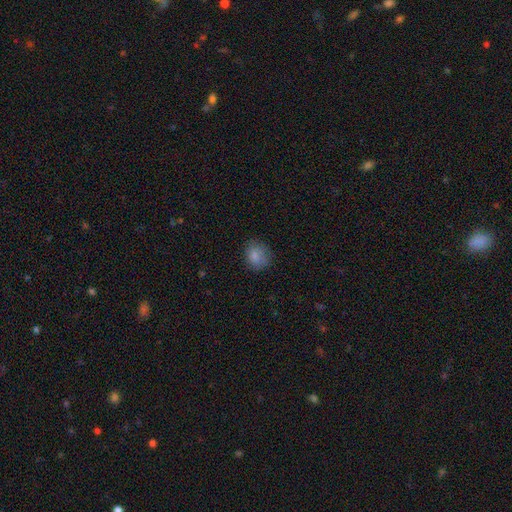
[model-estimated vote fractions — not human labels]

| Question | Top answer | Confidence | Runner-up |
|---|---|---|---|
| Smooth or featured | smooth | 82% | star or artifact (10%) |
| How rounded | round | 65% | in between (34%) |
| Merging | none | 74% | minor disturbance (19%) |